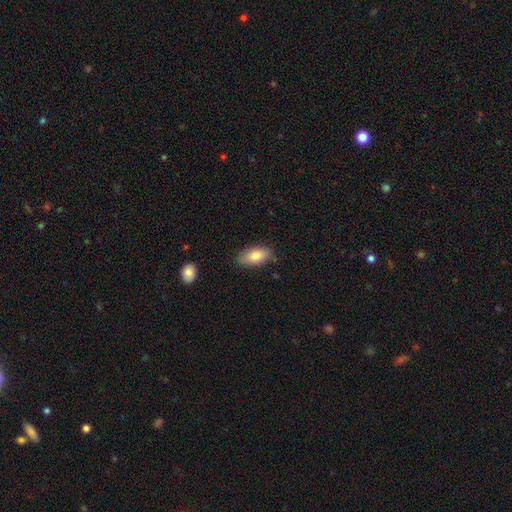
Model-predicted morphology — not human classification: smooth-or-featured: smooth: 83% | featured or disk: 10% | star or artifact: 7%
  how-rounded: in between: 91% | cigar-shaped: 6% | round: 3%
  merging: none: 79% | minor disturbance: 16% | major disturbance: 3% | merger: 2%